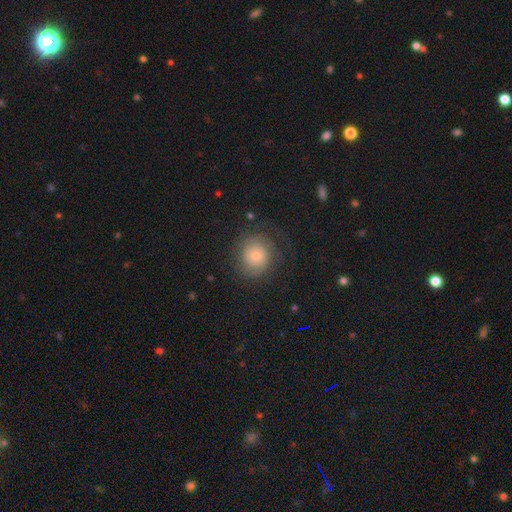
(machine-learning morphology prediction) This appears to be a smooth galaxy with no disk features (54%) that is round (86%). Merging: none (68%).